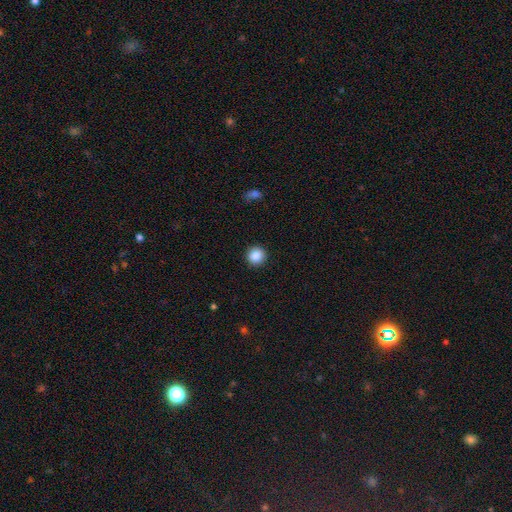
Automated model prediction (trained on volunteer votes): smooth-or-featured: smooth: 87% | star or artifact: 9% | featured or disk: 3%
  how-rounded: round: 94% | in between: 5% | cigar-shaped: 1%
  merging: none: 92% | minor disturbance: 5% | major disturbance: 2% | merger: 1%